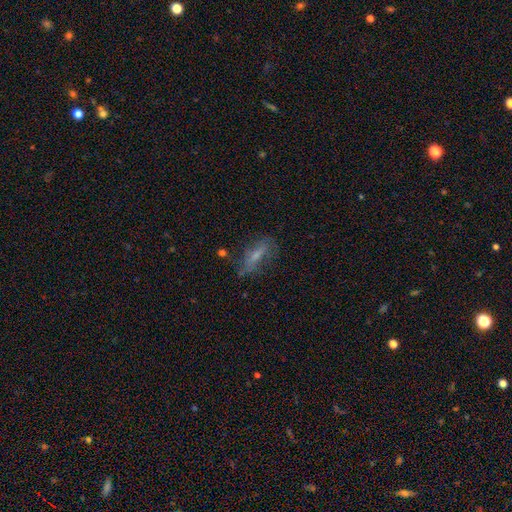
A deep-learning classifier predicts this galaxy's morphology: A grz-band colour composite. It shows a smooth galaxy with no disk features (46%). Merging: none (59%).